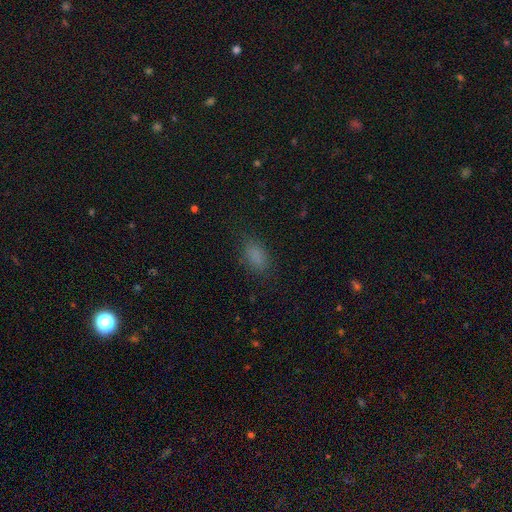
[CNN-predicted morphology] Smooth or featured? Predicted: smooth (p=0.82). How rounded? Predicted: in between (p=0.87). Merging? Predicted: none (p=0.77).